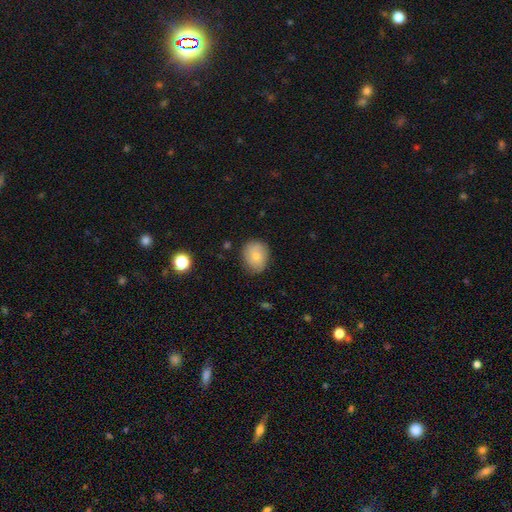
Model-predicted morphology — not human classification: Smooth or featured? smooth (76%)
How rounded? round (55%)
Merging? none (78%)